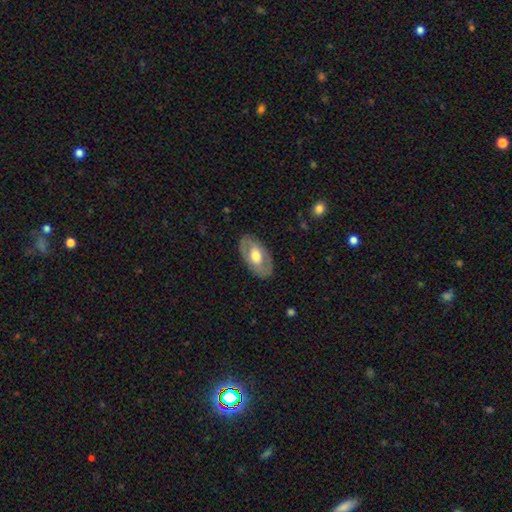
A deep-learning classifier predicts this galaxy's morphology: A featured or disk galaxy (49%).

Vote fractions:
- Smooth or featured? featured or disk: 49% / smooth: 46% / star or artifact: 5%
- Merging? none: 83% / minor disturbance: 12% / major disturbance: 4% / merger: 1%